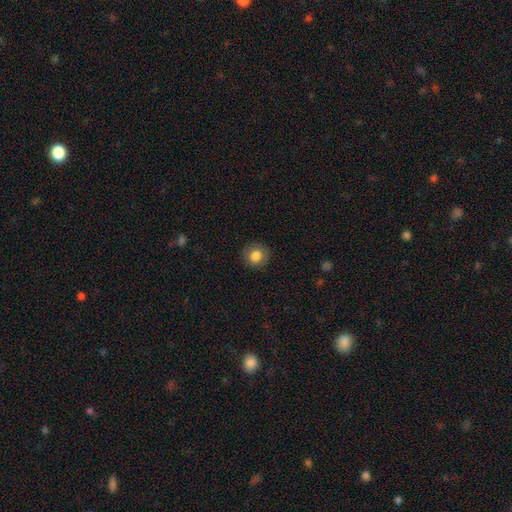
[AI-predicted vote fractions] This is clearly a smooth galaxy (81%). How rounded: clearly round (87%). Merging: clearly none (87%).